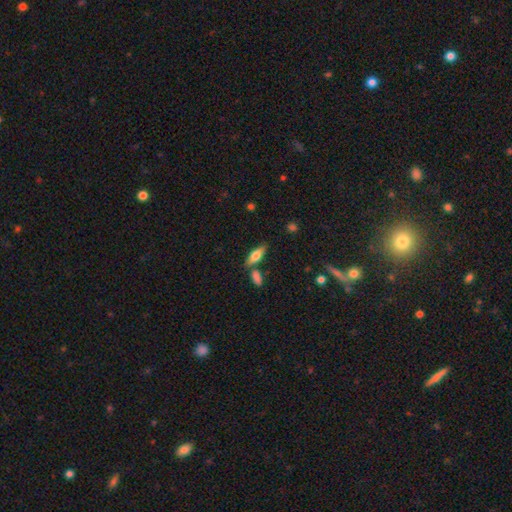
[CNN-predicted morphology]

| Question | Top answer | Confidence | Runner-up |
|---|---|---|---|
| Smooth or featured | smooth | 59% | featured or disk (34%) |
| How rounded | in between | 58% | cigar-shaped (39%) |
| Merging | none | 70% | merger (14%) |